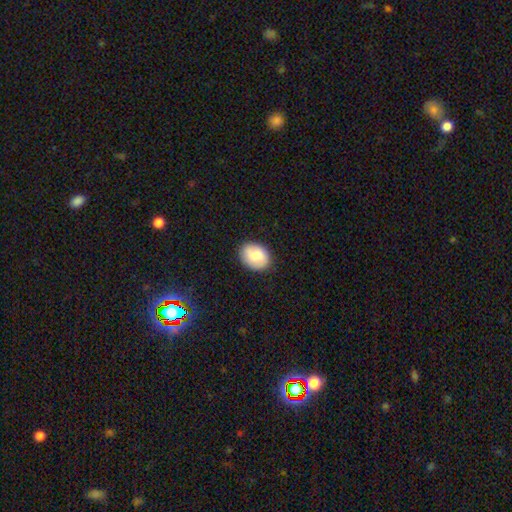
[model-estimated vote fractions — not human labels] The model was most divided on "how rounded": in between: 67%, round: 32%, cigar-shaped: 1%. More confident: merging — none (85%); smooth or featured — smooth (81%).